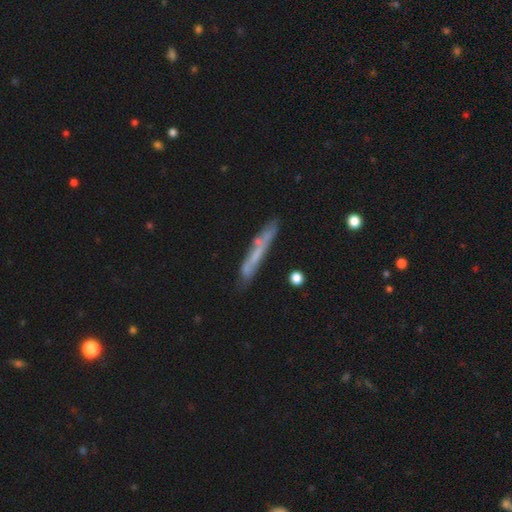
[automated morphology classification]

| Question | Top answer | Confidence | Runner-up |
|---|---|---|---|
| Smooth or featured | smooth | 47% | featured or disk (44%) |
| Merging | none | 73% | minor disturbance (17%) |